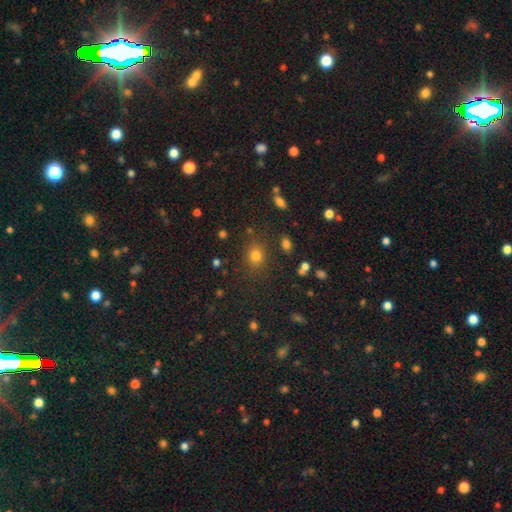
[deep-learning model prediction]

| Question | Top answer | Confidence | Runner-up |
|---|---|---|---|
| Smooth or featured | smooth | 73% | star or artifact (19%) |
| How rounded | round | 66% | in between (33%) |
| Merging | none | 82% | minor disturbance (11%) |